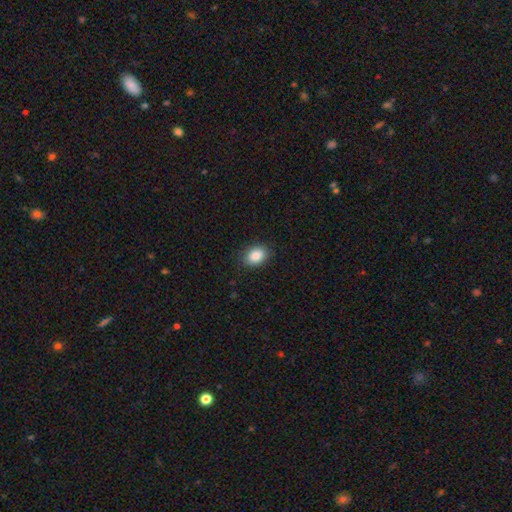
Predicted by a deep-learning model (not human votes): smooth_or_featured: smooth (p=0.87) [alt: star or artifact p=0.08]
how_rounded: in between (p=0.75) [alt: round p=0.24]
merging: none (p=0.87) [alt: minor disturbance p=0.10]